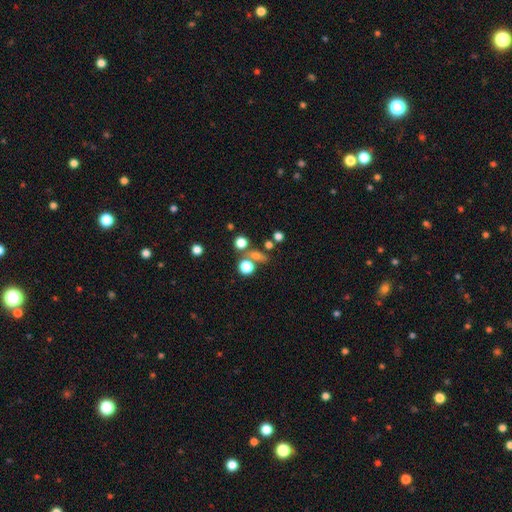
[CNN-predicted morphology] A smooth galaxy with no disk features (63%) that is round (63%). Merging: none (62%).